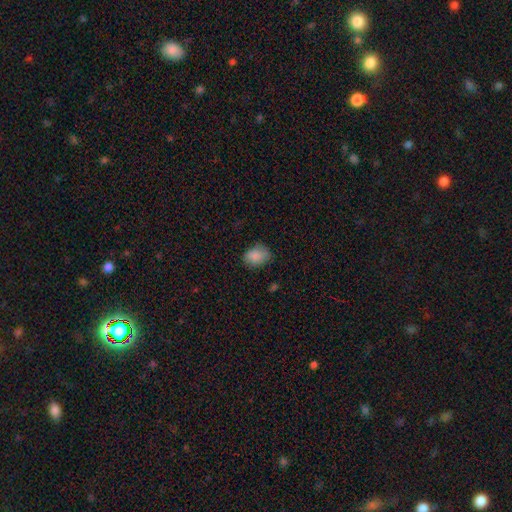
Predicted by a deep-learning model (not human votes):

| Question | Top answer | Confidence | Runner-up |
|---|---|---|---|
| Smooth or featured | smooth | 87% | star or artifact (8%) |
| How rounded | in between | 67% | round (32%) |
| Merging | none | 75% | minor disturbance (20%) |